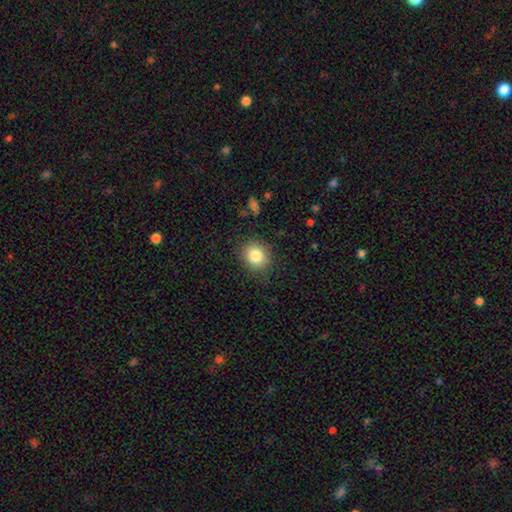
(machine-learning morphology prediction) The model was most divided on "how rounded": round: 76%, in between: 23%, cigar-shaped: 1%. More confident: merging — none (87%); smooth or featured — smooth (83%).